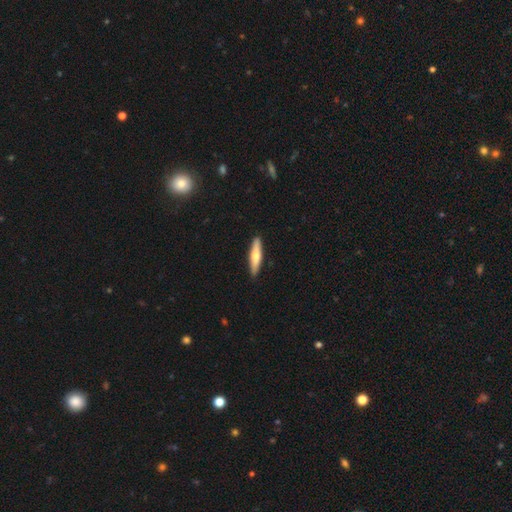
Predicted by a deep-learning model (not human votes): This appears to be a smooth galaxy with no disk features (56%) that is cigar-shaped (83%). Merging: none (91%).